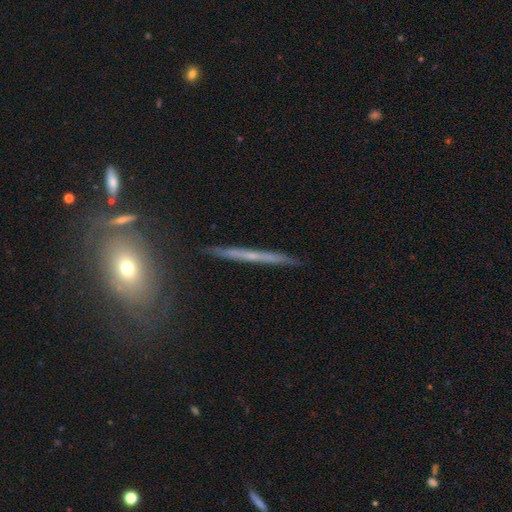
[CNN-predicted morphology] type=featured or disk (61%); edge-on=yes (93%); edge-on bulge=none (69%); merging=none (86%).